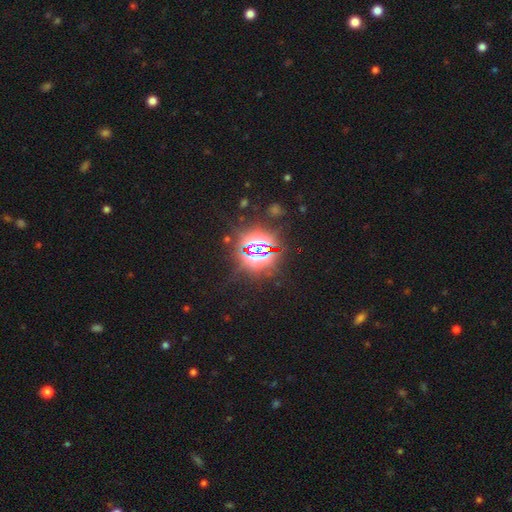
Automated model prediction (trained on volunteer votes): A star or artifact, not a galaxy (84%).

Vote fractions:
- Smooth or featured? star or artifact: 84% / smooth: 9% / featured or disk: 7%